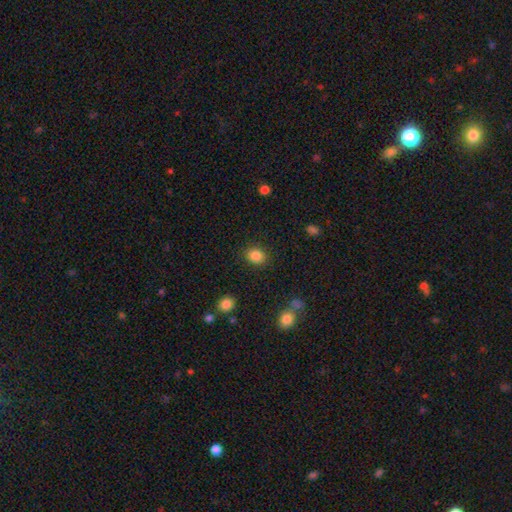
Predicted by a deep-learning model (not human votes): Overall: smooth (86%). How rounded: round (56%; in between 43%). Merging: none (88%).